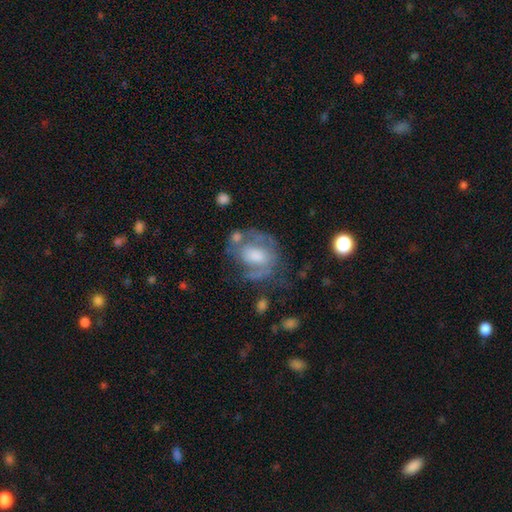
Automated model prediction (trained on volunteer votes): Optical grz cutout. It shows a featured or disk galaxy (65%) with no bar (56%), spiral arms (66%) and a moderate central bulge (41%). Merging: none (48%).